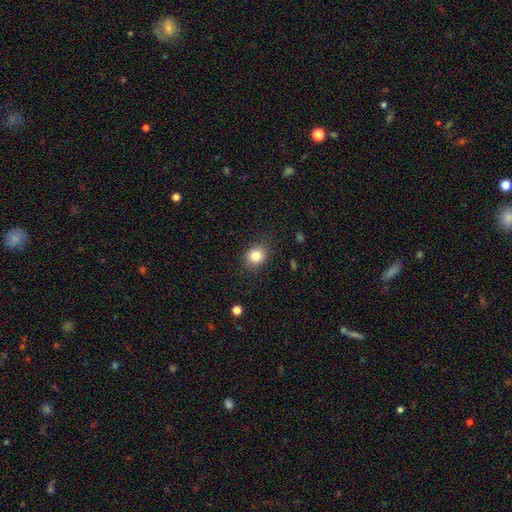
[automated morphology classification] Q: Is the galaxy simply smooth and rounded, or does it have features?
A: smooth — 83%.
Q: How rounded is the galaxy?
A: round — 71%.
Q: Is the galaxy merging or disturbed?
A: none — 85%.